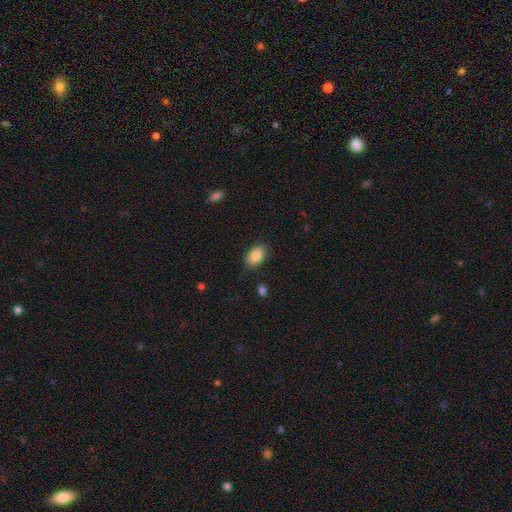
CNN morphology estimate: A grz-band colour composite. It shows a smooth galaxy with no disk features (86%) that is in between round and cigar-shaped (88%). Merging: none (84%).